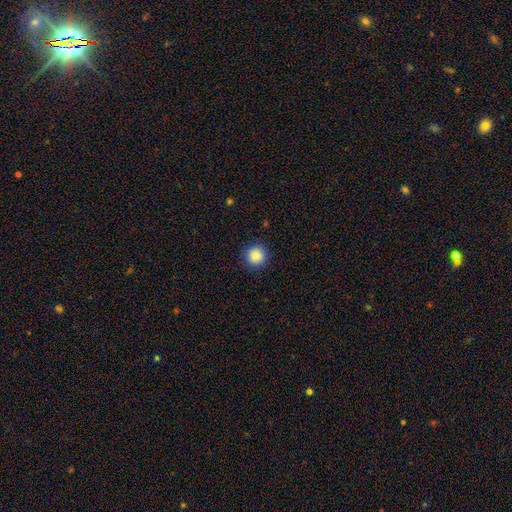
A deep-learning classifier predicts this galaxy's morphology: Smooth or featured? Predicted: smooth (p=0.88). How rounded? Predicted: round (p=0.94). Merging? Predicted: none (p=0.90).